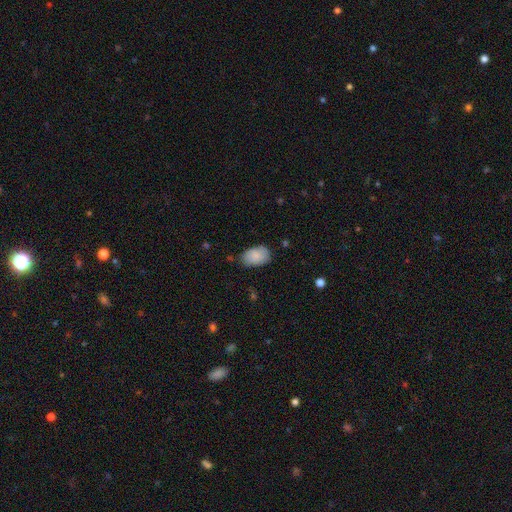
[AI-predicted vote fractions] A smooth galaxy with no disk features (86%) that is in between round and cigar-shaped (90%). Merging: none (74%).